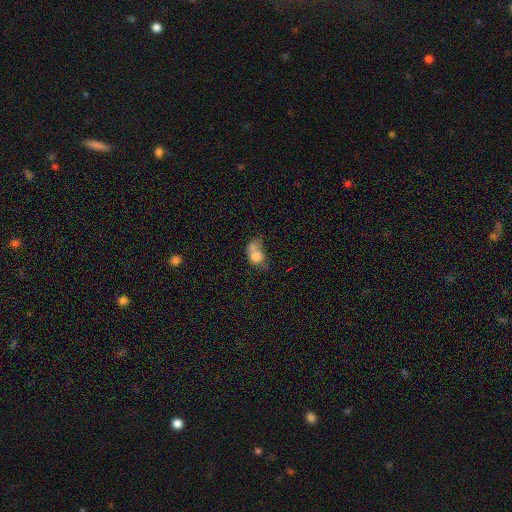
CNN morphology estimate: This appears to be a smooth galaxy with no disk features (70%) that is in between round and cigar-shaped (65%). Merging: merger (43%).